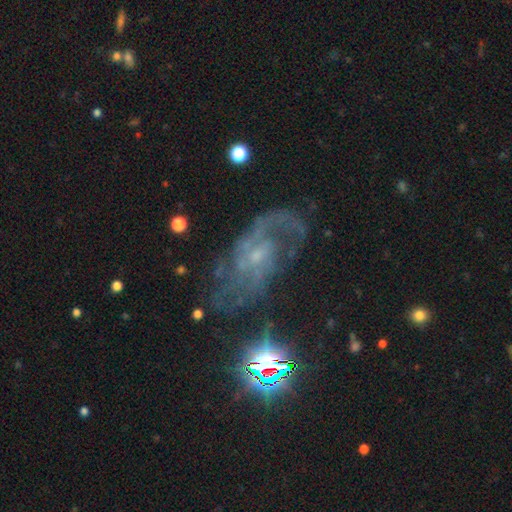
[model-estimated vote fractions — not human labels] A featured or disk galaxy (78%) with no bar (50%), 2 (42%) medium (46%) spiral arms (89%) and a small central bulge (60%). Merging: none (54%).